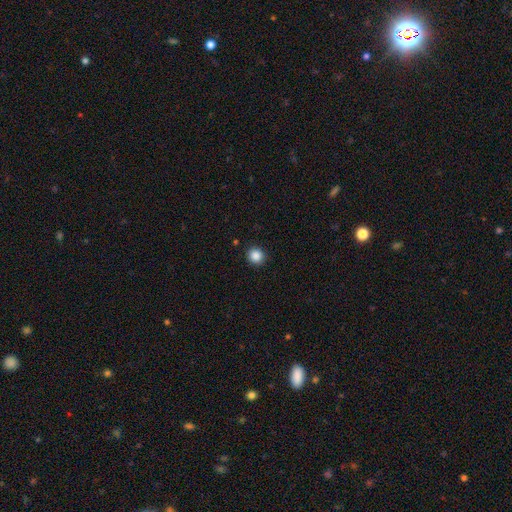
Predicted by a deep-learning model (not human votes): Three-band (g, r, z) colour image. It shows a smooth galaxy with no disk features (87%) that is round (92%). Merging: none (92%).